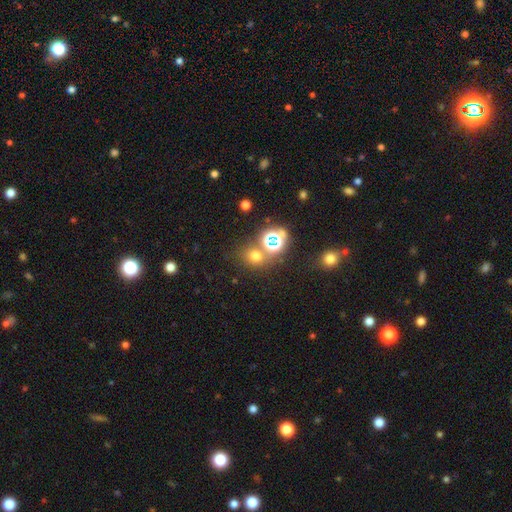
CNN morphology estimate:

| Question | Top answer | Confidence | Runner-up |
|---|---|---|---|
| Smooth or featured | smooth | 58% | star or artifact (34%) |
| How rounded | round | 77% | in between (22%) |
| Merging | none | 67% | merger (19%) |